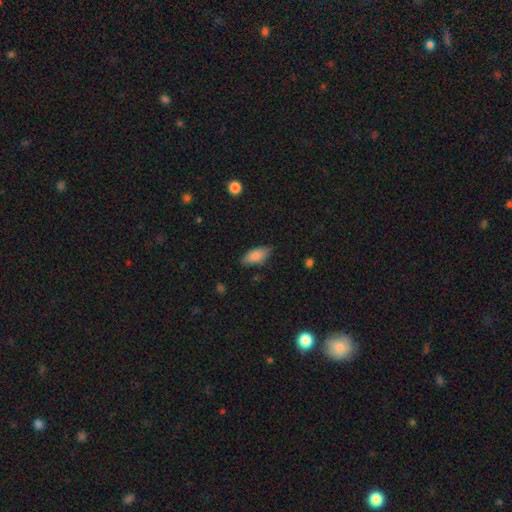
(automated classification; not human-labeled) A smooth galaxy with no disk features (84%) that is in between round and cigar-shaped (87%). Merging: none (81%).